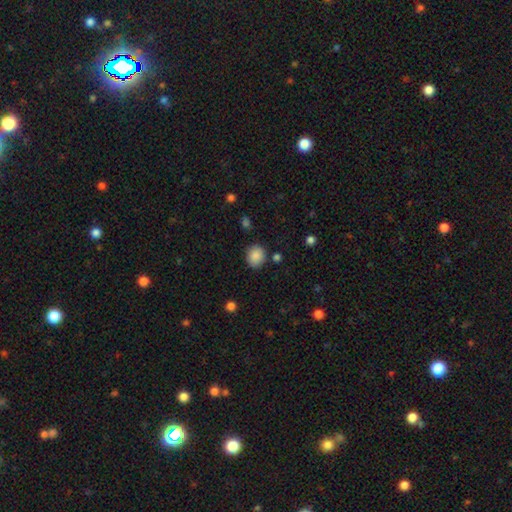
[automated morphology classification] smooth 87%, star or artifact 9%, featured or disk 4%. Down the decision tree: how rounded — round (72%); merging — none (83%).